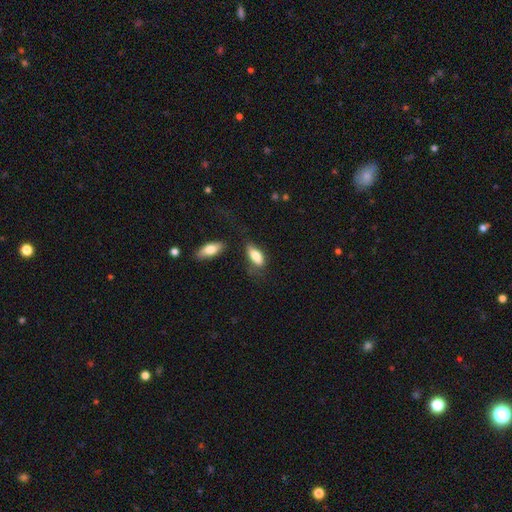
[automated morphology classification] This appears to be a smooth galaxy with no disk features (79%) that is in between round and cigar-shaped (82%). Merging: none (52%).